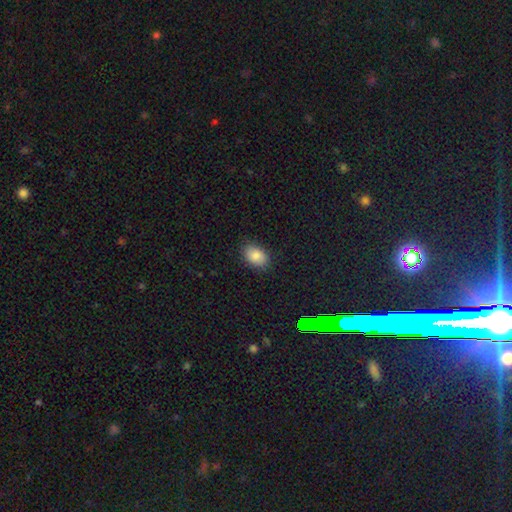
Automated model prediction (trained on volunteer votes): Overall: smooth (86%). How rounded: in between (87%). Merging: none (86%).